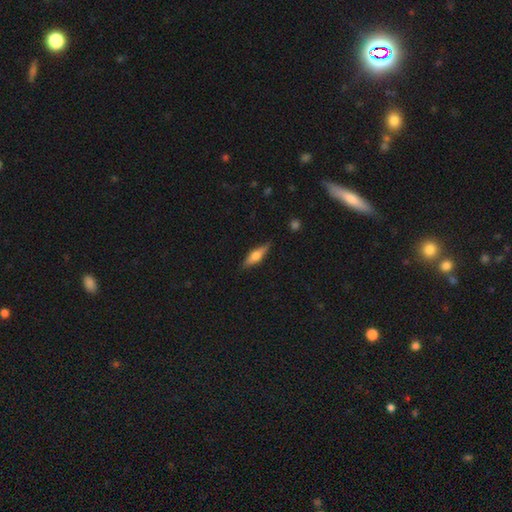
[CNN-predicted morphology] smooth-or-featured: smooth: 51% | featured or disk: 43% | star or artifact: 6%
  how-rounded: cigar-shaped: 58% | in between: 39% | round: 3%
  merging: none: 86% | minor disturbance: 11% | major disturbance: 2% | merger: 1%